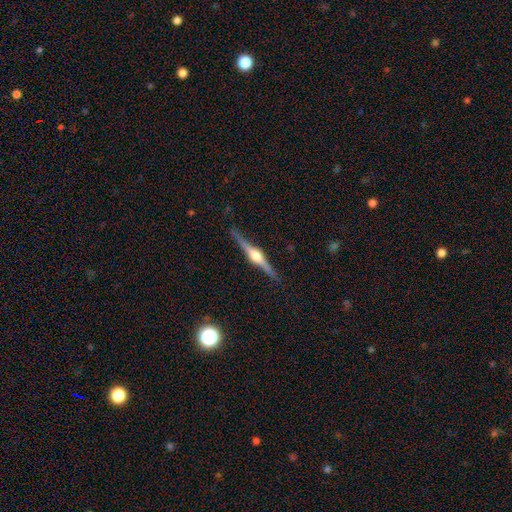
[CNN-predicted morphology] This is clearly a featured or disk galaxy (85%). It is clearly viewed edge-on (98%). Edge-on bulge: clearly rounded (92%). Merging: clearly none (89%).